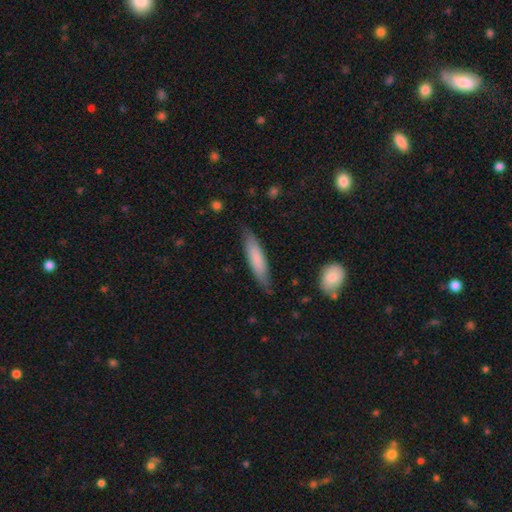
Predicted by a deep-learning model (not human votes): smooth-or-featured: smooth: 74% | featured or disk: 21% | star or artifact: 5%
  how-rounded: cigar-shaped: 77% | in between: 21% | round: 1%
  merging: none: 77% | minor disturbance: 18% | major disturbance: 3% | merger: 2%